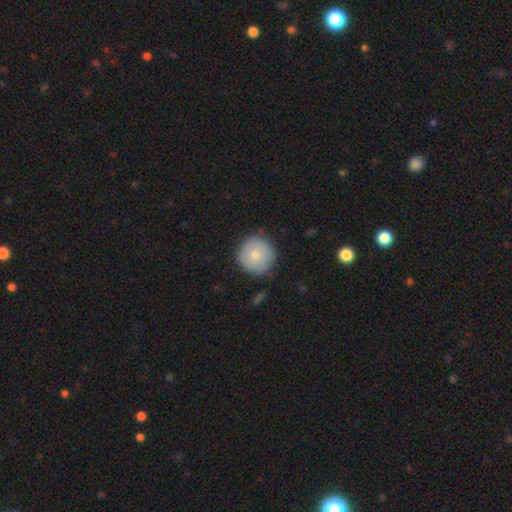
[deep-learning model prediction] Smooth or featured: smooth — 77% (featured or disk — 16%)
How rounded: round — 95% (in between — 4%)
Merging: none — 84% (minor disturbance — 12%)